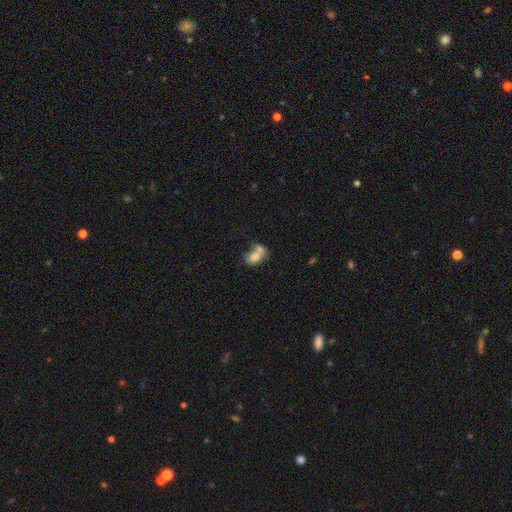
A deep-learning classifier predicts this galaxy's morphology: A smooth galaxy with no disk features (71%) that is in between round and cigar-shaped (79%). Merging: merger (62%).